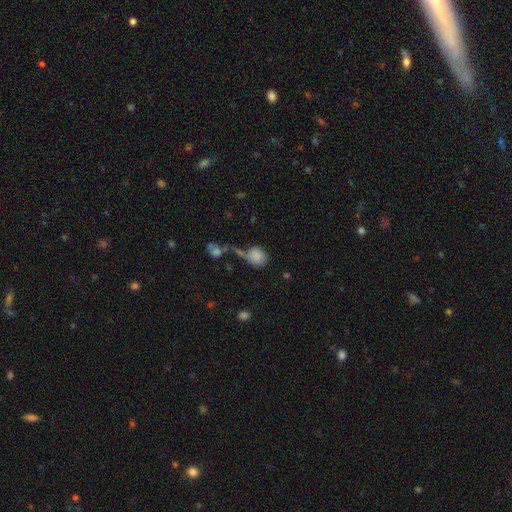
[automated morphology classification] Smooth or featured: smooth — 83% (star or artifact — 9%)
How rounded: round — 63% (in between — 35%)
Merging: none — 42% (merger — 26%)